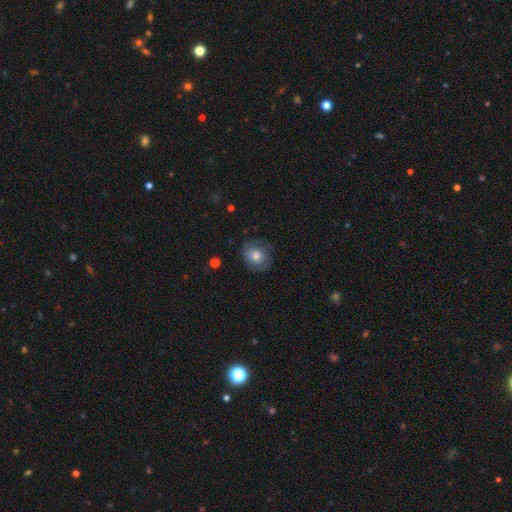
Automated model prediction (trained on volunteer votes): Smooth or featured: smooth — 62% (featured or disk — 29%)
How rounded: round — 75% (in between — 24%)
Merging: none — 74% (minor disturbance — 18%)